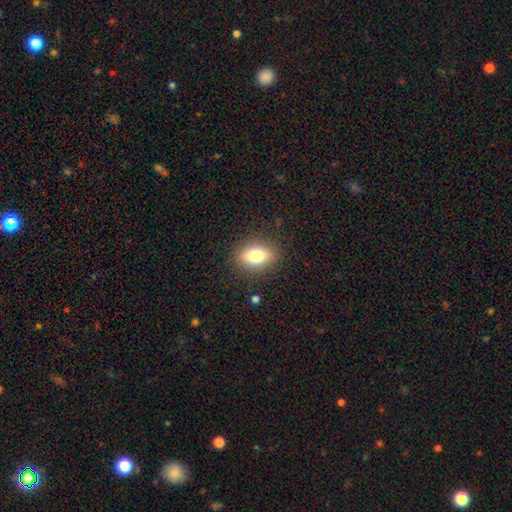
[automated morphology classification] Smooth or featured?
  - smooth: 77% *
  - featured or disk: 13%
  - star or artifact: 10%
How rounded?
  - in between: 79% *
  - round: 17%
  - cigar-shaped: 4%
Merging?
  - none: 86% *
  - minor disturbance: 9%
  - major disturbance: 3%
  - merger: 1%